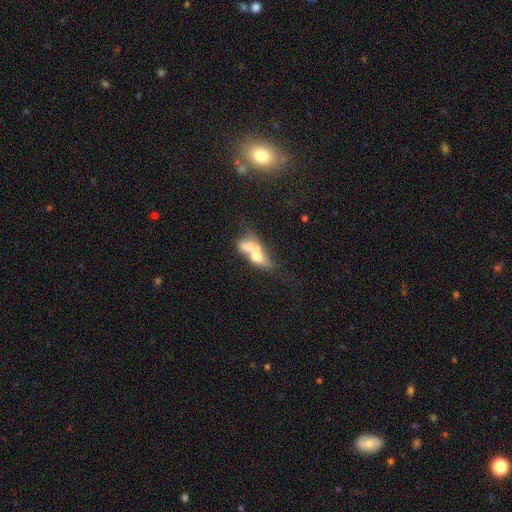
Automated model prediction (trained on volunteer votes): Smooth or featured? Predicted: smooth (p=0.50). How rounded? Predicted: in between (p=0.65). Merging? Predicted: merger (p=0.54).